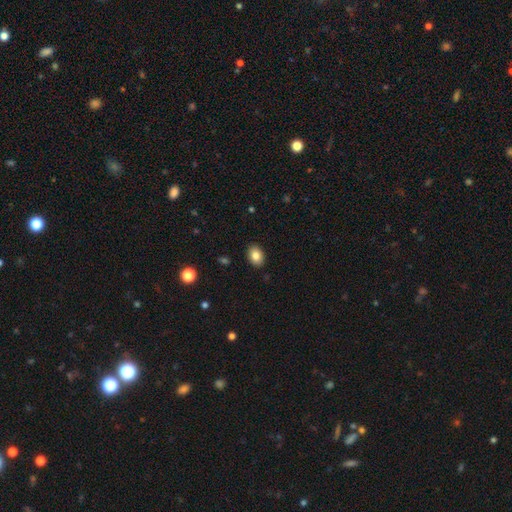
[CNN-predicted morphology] smooth-or-featured: smooth: 84% | star or artifact: 9% | featured or disk: 8%
  how-rounded: in between: 79% | round: 20% | cigar-shaped: 1%
  merging: none: 89% | minor disturbance: 8% | major disturbance: 2% | merger: 1%